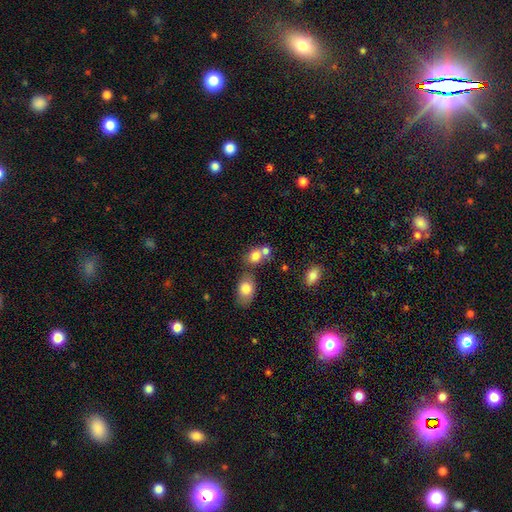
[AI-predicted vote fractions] Smooth or featured? Predicted: smooth (p=0.78). How rounded? Predicted: round (p=0.53). Merging? Predicted: none (p=0.43, tied with merger).